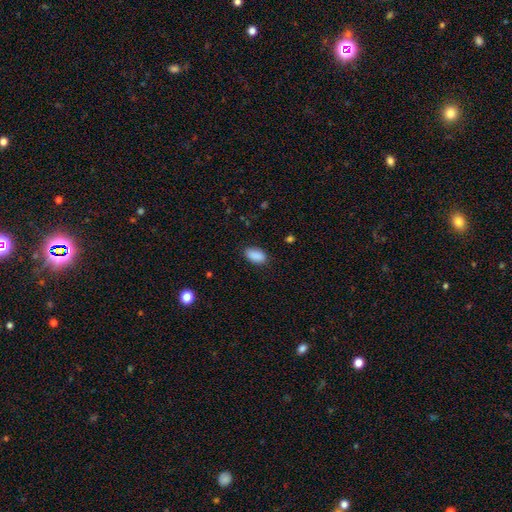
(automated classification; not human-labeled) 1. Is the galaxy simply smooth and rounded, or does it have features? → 90% smooth, 7% star or artifact, 3% featured or disk.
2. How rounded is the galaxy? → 93% in between, 5% round, 3% cigar-shaped.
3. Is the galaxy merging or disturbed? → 85% none, 11% minor disturbance, 3% major disturbance, 1% merger.